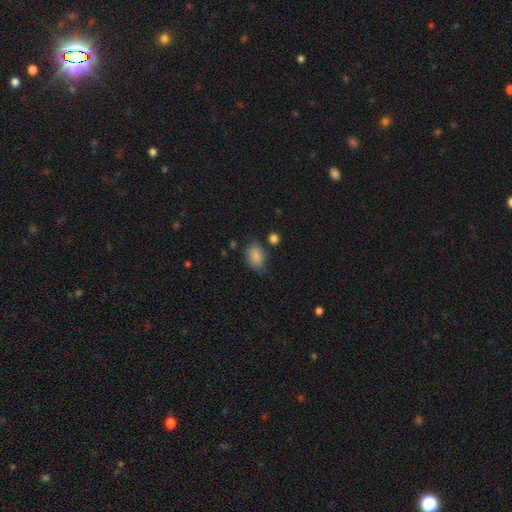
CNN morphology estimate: This appears to be a smooth galaxy with no disk features (85%) that is in between round and cigar-shaped (83%). Merging: none (68%).